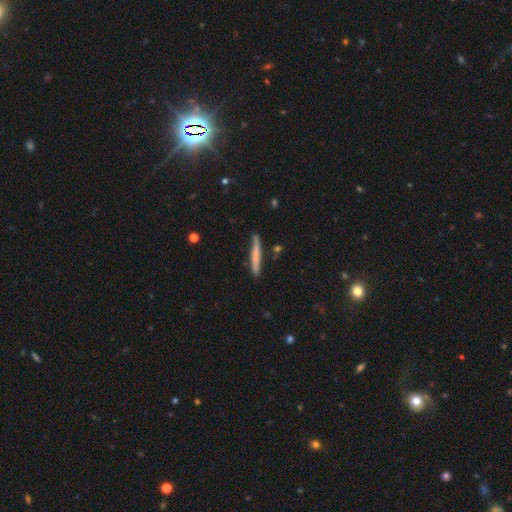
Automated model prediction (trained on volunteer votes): Smooth or featured? smooth (67%)
How rounded? cigar-shaped (96%)
Merging? none (86%)